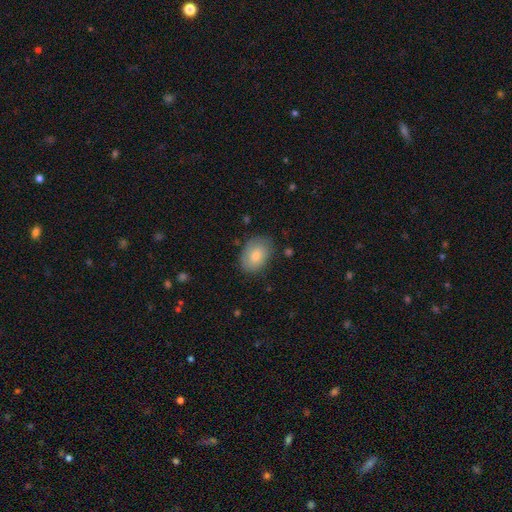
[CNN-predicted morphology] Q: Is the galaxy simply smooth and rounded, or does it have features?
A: smooth — 70%.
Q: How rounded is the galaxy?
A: in between — 77%.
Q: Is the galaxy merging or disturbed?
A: none — 77%.